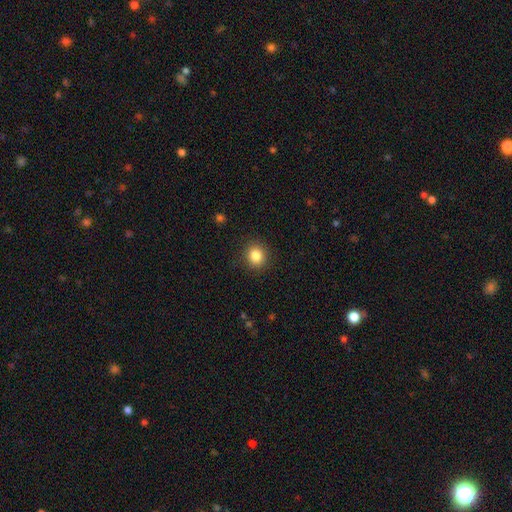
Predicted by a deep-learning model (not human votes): Smooth or featured? smooth (85%)
How rounded? round (83%)
Merging? none (91%)